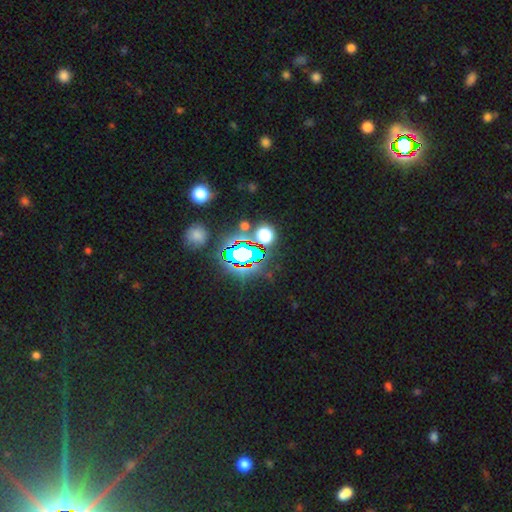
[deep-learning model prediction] Overall: star or artifact (80%).